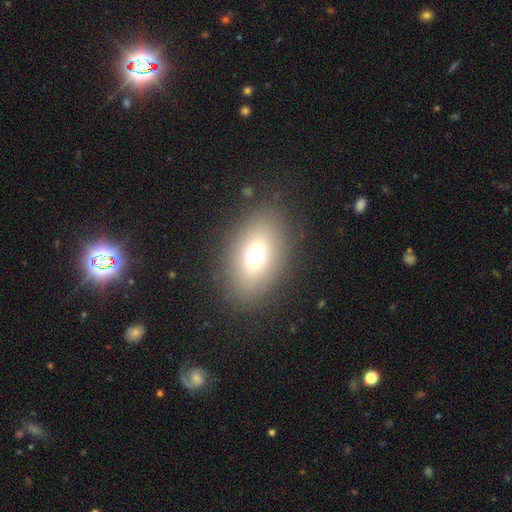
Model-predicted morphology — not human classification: Overall: smooth (69%). How rounded: in between (78%). Merging: none (85%).